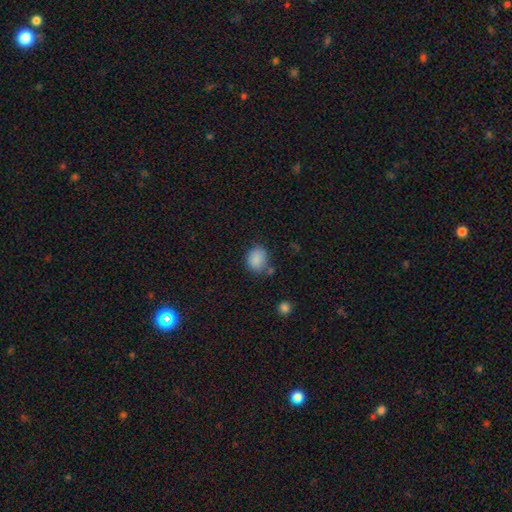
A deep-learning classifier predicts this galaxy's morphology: This is clearly a smooth galaxy (85%). How rounded: likely round (62%). Merging: likely none (69%).